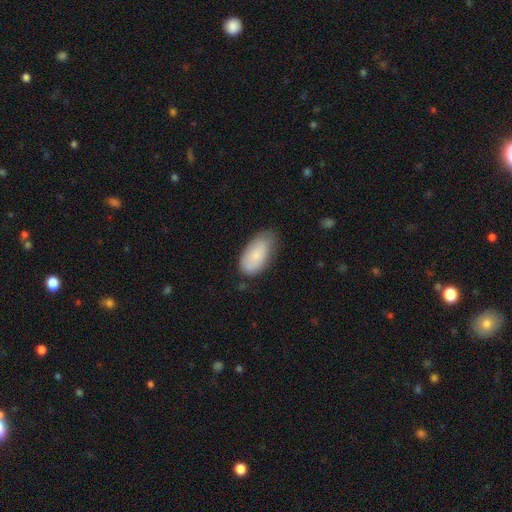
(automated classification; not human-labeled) This is likely a smooth galaxy (80%). How rounded: clearly in between (94%). Merging: possibly none (58%).